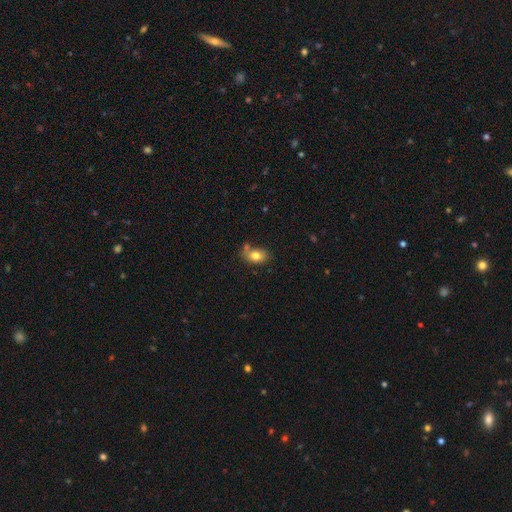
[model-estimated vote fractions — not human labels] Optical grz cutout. It shows a smooth galaxy with no disk features (79%) that is in between round and cigar-shaped (76%). Merging: none (54%).